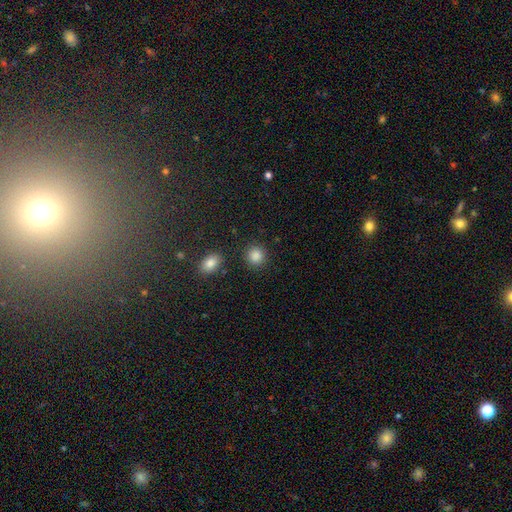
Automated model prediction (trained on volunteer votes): A smooth galaxy with no disk features (87%) that is round (88%). Merging: none (87%).